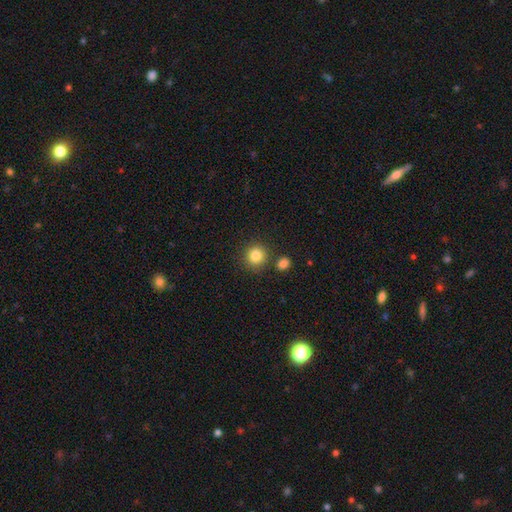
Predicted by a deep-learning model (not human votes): smooth 84%, star or artifact 11%, featured or disk 5%. Down the decision tree: how rounded — round (91%); merging — none (81%).